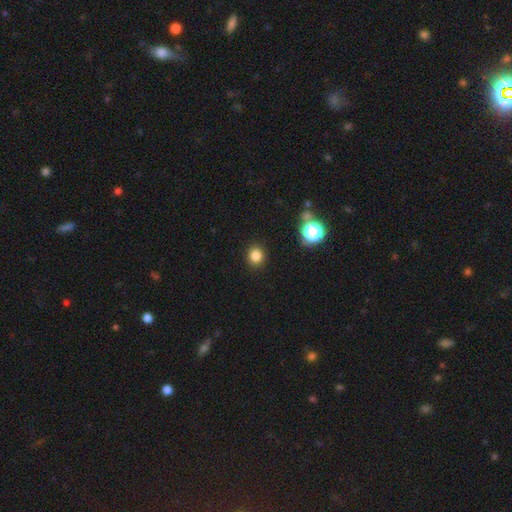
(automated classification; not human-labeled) Smooth or featured? smooth (81%)
How rounded? round (84%)
Merging? none (91%)